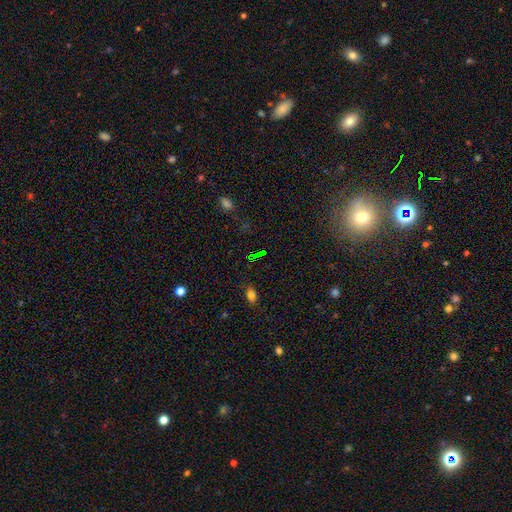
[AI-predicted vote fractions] Smooth or featured?
  - star or artifact: 57% *
  - smooth: 32%
  - featured or disk: 11%